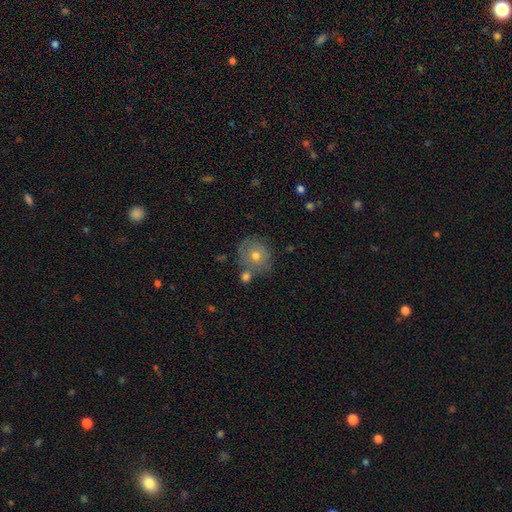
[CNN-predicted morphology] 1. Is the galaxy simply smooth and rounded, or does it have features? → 53% smooth, 34% featured or disk, 12% star or artifact.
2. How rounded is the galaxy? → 88% round, 11% in between, 1% cigar-shaped.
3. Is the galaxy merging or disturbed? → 71% none, 14% minor disturbance, 10% merger, 5% major disturbance.